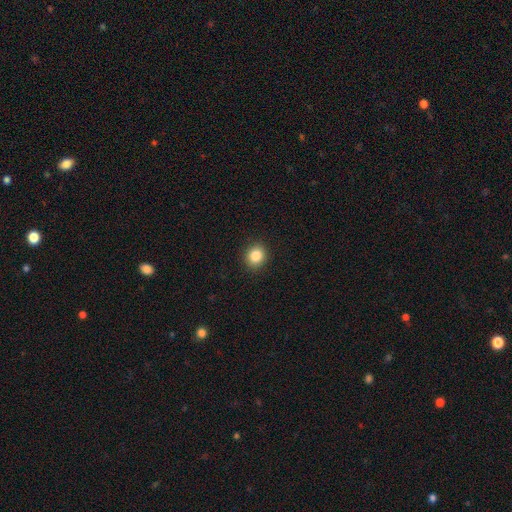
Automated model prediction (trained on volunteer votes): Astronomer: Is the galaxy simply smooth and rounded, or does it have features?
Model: smooth — 85%.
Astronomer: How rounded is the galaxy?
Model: round — 82%.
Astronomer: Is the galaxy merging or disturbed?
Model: none — 91%.